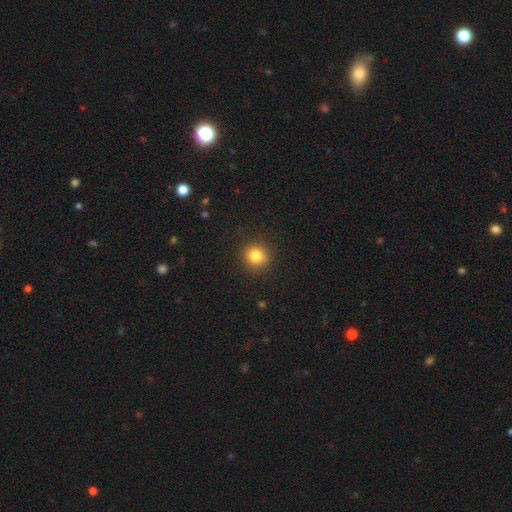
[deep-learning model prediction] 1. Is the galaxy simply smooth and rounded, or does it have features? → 82% smooth, 12% star or artifact, 6% featured or disk.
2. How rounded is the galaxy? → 91% round, 8% in between, 1% cigar-shaped.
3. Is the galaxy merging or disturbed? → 90% none, 7% minor disturbance, 2% major disturbance, 1% merger.